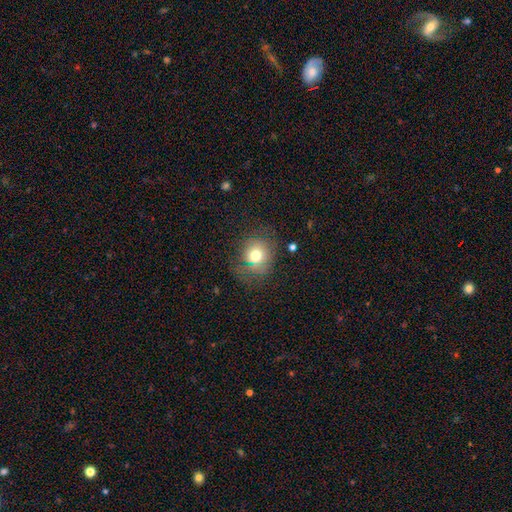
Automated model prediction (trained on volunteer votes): smooth-or-featured: smooth: 72% | star or artifact: 15% | featured or disk: 14%
  how-rounded: round: 81% | in between: 18% | cigar-shaped: 1%
  merging: none: 69% | minor disturbance: 18% | major disturbance: 10% | merger: 2%